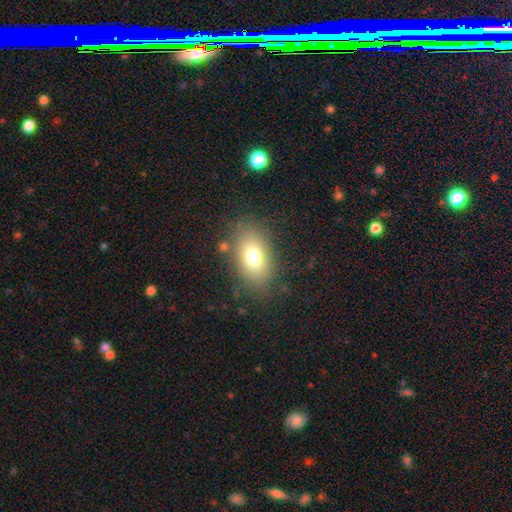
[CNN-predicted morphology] A smooth galaxy with no disk features (74%) that is in between round and cigar-shaped (83%).

Vote fractions:
- Smooth or featured? smooth: 74% / star or artifact: 14% / featured or disk: 13%
- How rounded? in between: 83% / round: 15% / cigar-shaped: 2%
- Merging? none: 83% / minor disturbance: 11% / major disturbance: 4% / merger: 2%